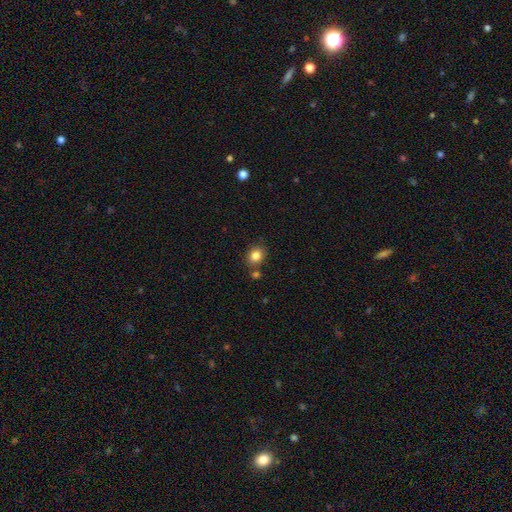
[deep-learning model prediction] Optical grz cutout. It shows a smooth galaxy with no disk features (83%) that is round (61%). Merging: none (73%).